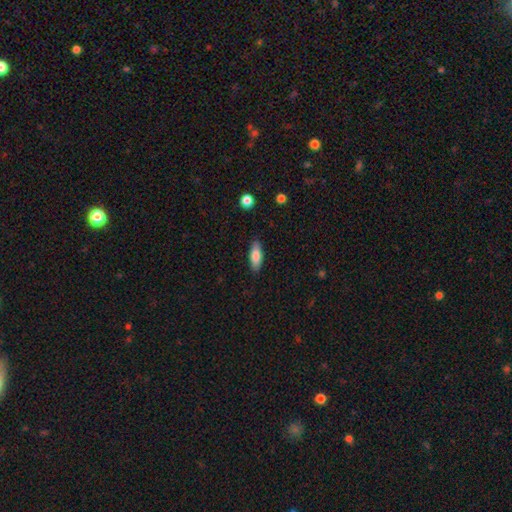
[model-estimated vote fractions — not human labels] Morphology: type=smooth (79%); roundness=in between (66%); merging=none (87%).